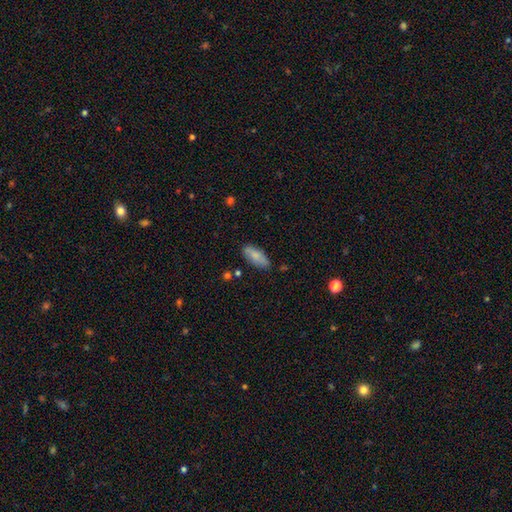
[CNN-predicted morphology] smooth_or_featured: smooth (p=0.81) [alt: featured or disk p=0.13]
how_rounded: in between (p=0.78) [alt: cigar-shaped p=0.20]
merging: none (p=0.79) [alt: minor disturbance p=0.15]